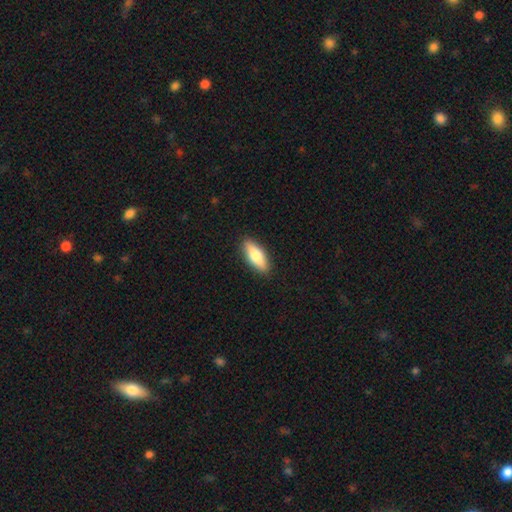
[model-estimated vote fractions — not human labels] Smooth or featured: smooth — 73% (featured or disk — 21%)
How rounded: in between — 65% (cigar-shaped — 33%)
Merging: none — 89% (minor disturbance — 8%)